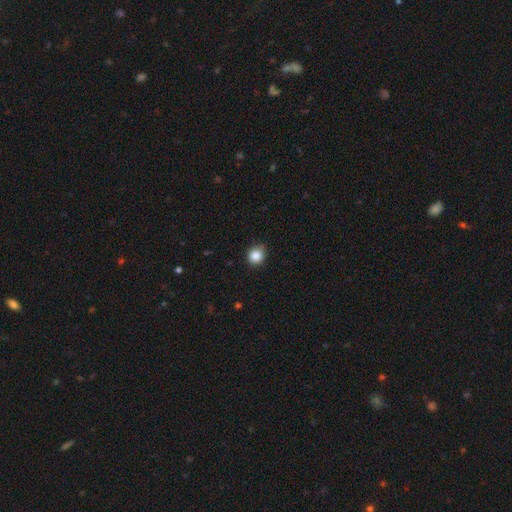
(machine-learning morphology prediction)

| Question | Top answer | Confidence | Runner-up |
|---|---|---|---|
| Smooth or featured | smooth | 86% | star or artifact (10%) |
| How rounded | round | 87% | in between (12%) |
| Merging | none | 81% | minor disturbance (15%) |